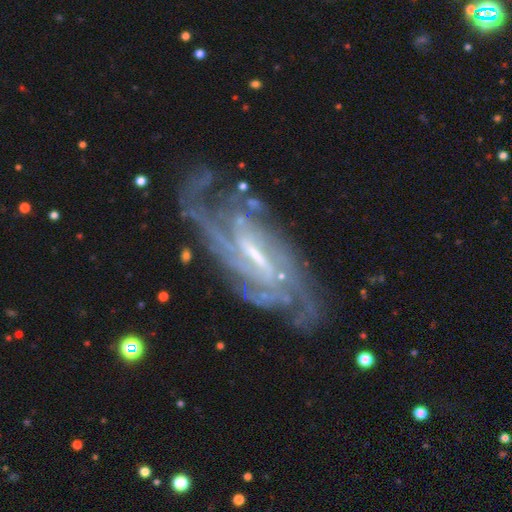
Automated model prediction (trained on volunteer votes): Q: Smooth or featured?
A: featured or disk (89%); runner-up: star or artifact (6%)
Q: Edge-on disk?
A: no (92%); runner-up: yes (8%)
Q: Bar?
A: strong (43%); runner-up: weak (42%)
Q: Spiral arms?
A: yes (96%); runner-up: no (4%)
Q: Spiral winding?
A: tight (56%); runner-up: medium (36%)
Q: Spiral arm count?
A: can't tell (32%); runner-up: 4 (19%)
Q: Bulge size?
A: small (51%); runner-up: moderate (31%)
Q: Merging?
A: none (68%); runner-up: minor disturbance (19%)